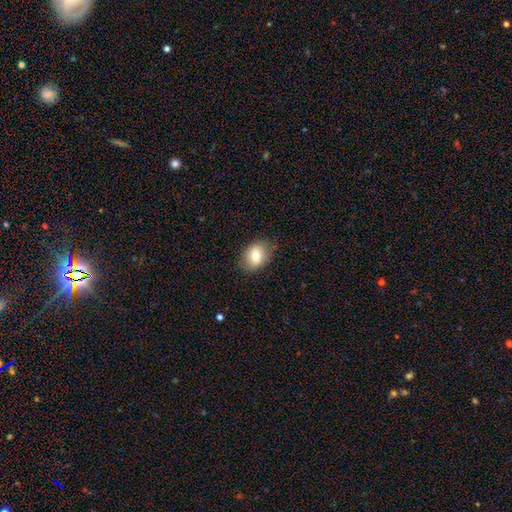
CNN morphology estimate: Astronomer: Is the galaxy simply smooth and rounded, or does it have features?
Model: smooth — 74%.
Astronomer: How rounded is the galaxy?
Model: in between — 67%.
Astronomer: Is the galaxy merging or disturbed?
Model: none — 80%.